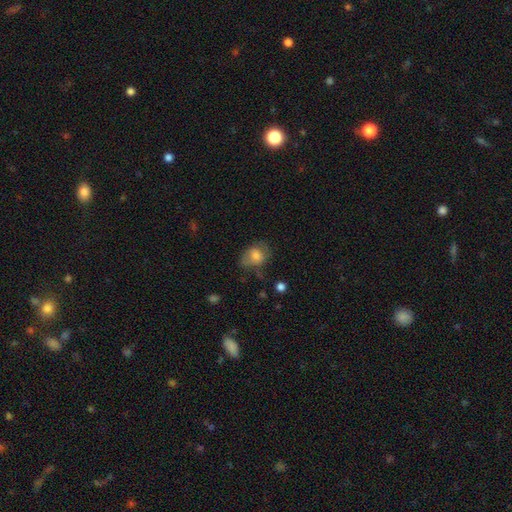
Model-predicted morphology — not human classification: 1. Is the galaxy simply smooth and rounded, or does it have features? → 70% smooth, 21% featured or disk, 9% star or artifact.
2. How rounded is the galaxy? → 63% in between, 36% round, 1% cigar-shaped.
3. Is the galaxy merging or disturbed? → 46% none, 30% minor disturbance, 21% major disturbance, 3% merger.